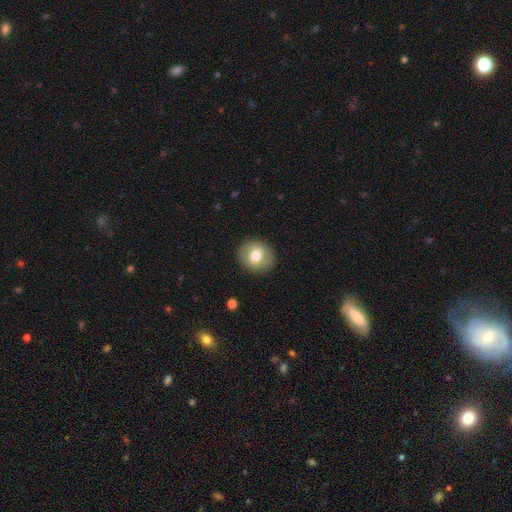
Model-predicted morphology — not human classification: smooth-or-featured: smooth: 69% | featured or disk: 23% | star or artifact: 8%
  how-rounded: round: 77% | in between: 22% | cigar-shaped: 1%
  merging: none: 88% | minor disturbance: 8% | major disturbance: 3% | merger: 1%